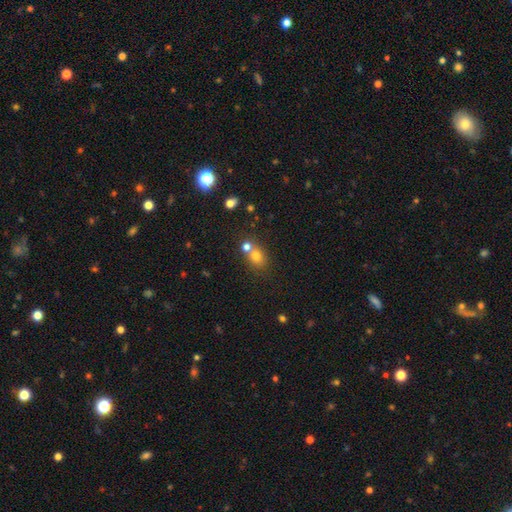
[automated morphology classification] Smooth or featured? smooth (73%)
How rounded? round (59%)
Merging? none (45%)